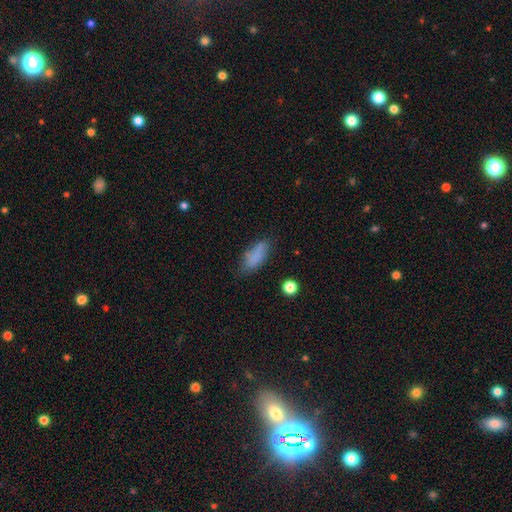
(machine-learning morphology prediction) smooth 79%, featured or disk 11%, star or artifact 10%. Down the decision tree: how rounded — in between (70%); merging — none (67%).